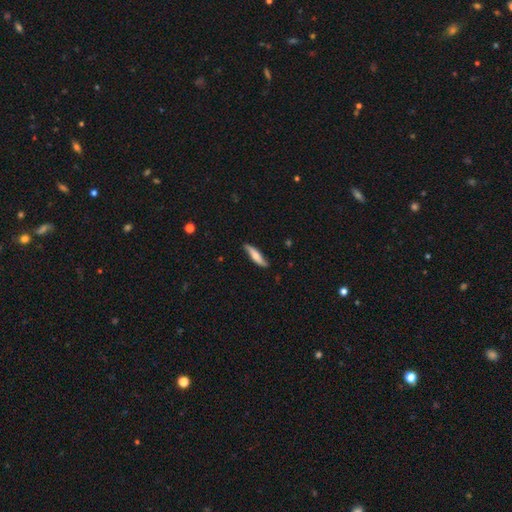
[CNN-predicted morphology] Overall: smooth (52%; featured or disk 43%). How rounded: cigar-shaped (78%). Merging: none (79%).